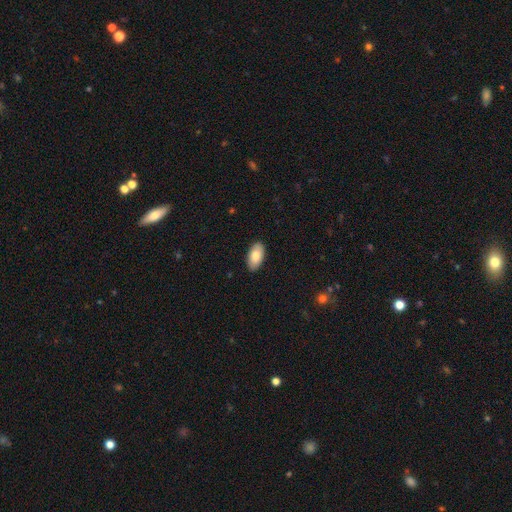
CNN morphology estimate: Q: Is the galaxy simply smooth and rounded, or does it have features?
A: smooth — 82%.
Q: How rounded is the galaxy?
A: in between — 95%.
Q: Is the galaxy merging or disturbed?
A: none — 88%.